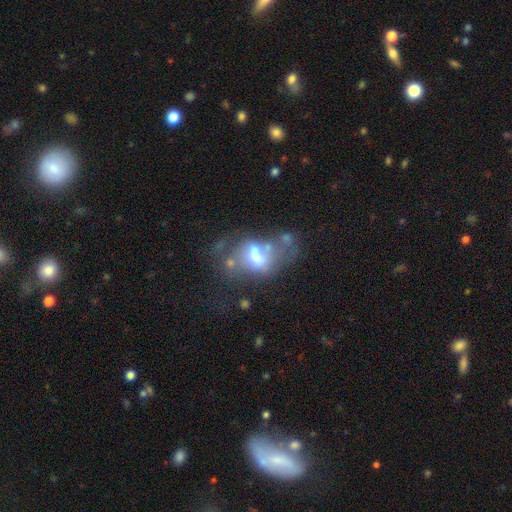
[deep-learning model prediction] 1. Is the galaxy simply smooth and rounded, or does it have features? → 53% featured or disk, 36% smooth, 12% star or artifact.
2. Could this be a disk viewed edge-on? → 95% no, 5% yes.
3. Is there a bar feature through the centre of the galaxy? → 61% no, 26% weak, 13% strong.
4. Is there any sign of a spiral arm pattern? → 82% no, 18% yes.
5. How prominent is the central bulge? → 46% moderate, 20% small, 18% large, 13% none, 3% dominant.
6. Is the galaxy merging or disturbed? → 34% merger, 29% major disturbance, 22% none, 15% minor disturbance.